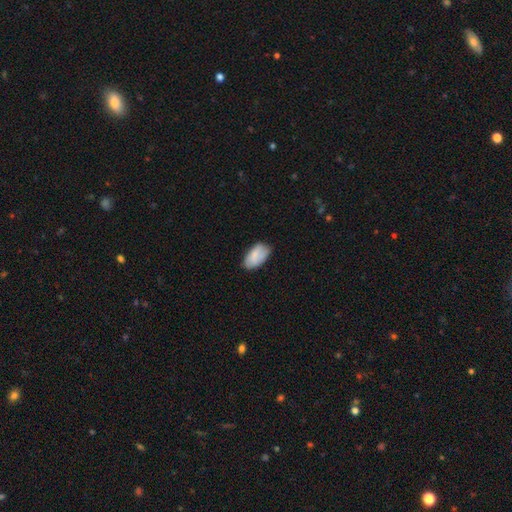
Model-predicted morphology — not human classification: Smooth or featured?
  - smooth: 78% *
  - featured or disk: 15%
  - star or artifact: 7%
How rounded?
  - in between: 94% *
  - round: 3%
  - cigar-shaped: 2%
Merging?
  - none: 67% *
  - minor disturbance: 26%
  - major disturbance: 5%
  - merger: 2%